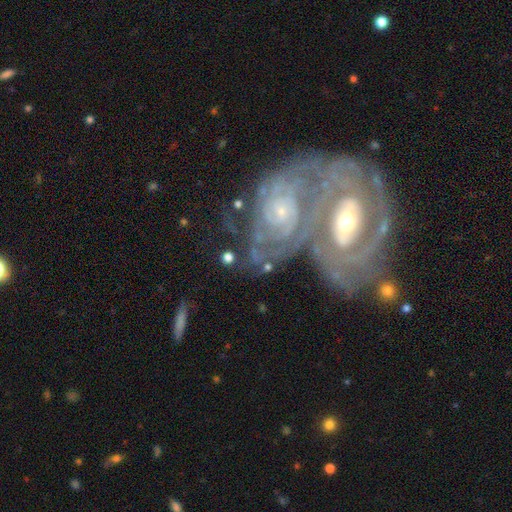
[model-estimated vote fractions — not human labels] This appears to be a featured or disk galaxy (82%) with no bar (65%), tight (71%) spiral arms (94%) and a small central bulge (72%). Merging: merger (41%).